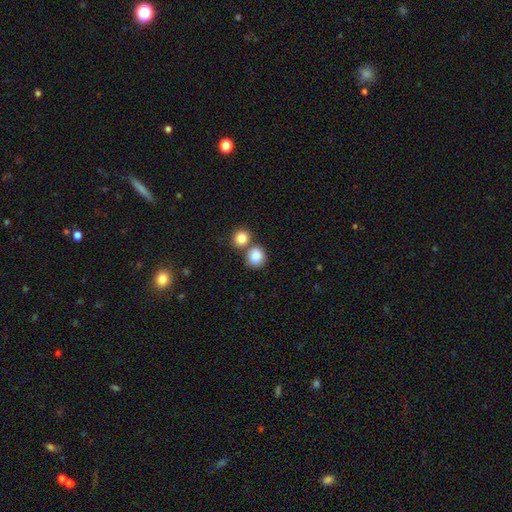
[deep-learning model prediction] This is clearly a smooth galaxy (86%). How rounded: likely round (80%). Merging: possibly none (51%).